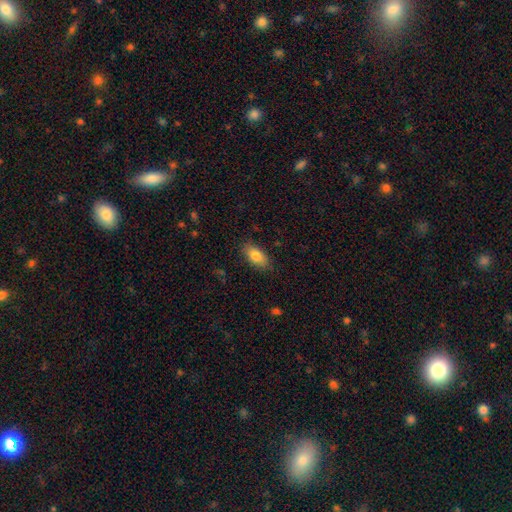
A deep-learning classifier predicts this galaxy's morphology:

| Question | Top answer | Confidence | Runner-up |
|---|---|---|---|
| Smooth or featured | smooth | 83% | featured or disk (10%) |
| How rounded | in between | 91% | cigar-shaped (5%) |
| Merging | none | 84% | minor disturbance (12%) |